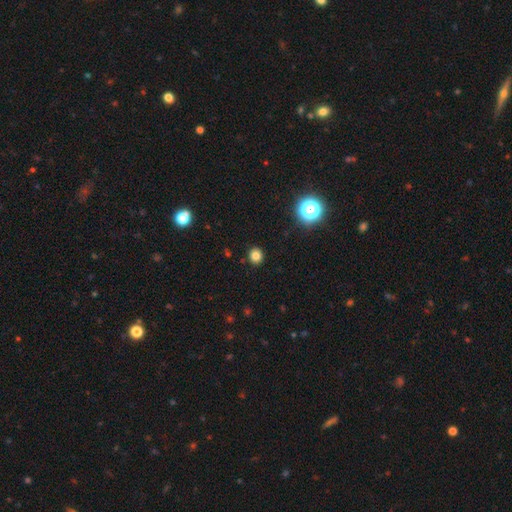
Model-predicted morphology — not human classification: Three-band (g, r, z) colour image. It shows a smooth galaxy with no disk features (80%) that is round (85%). Merging: none (91%).